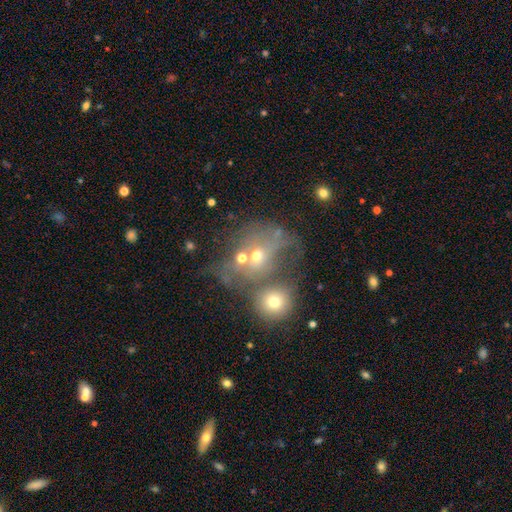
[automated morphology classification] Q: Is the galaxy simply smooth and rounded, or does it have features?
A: smooth — 48%.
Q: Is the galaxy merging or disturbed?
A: merger — 58%.